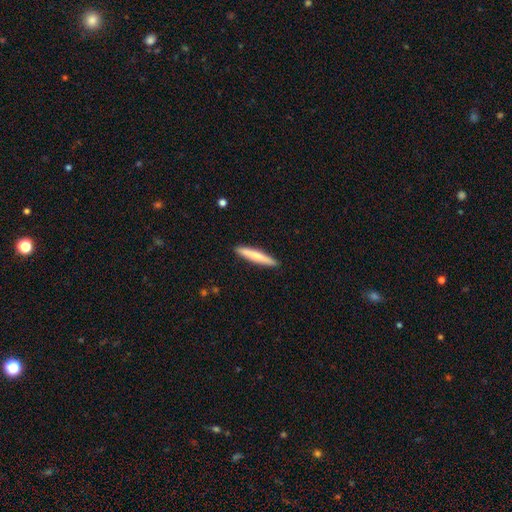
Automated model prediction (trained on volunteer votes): A smooth galaxy with no disk features (71%) that is cigar-shaped (94%). Merging: none (91%).